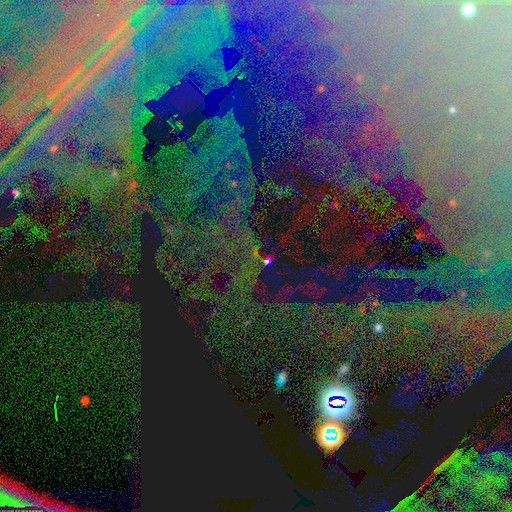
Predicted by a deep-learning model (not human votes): Smooth or featured: star or artifact — 72% (featured or disk — 17%)